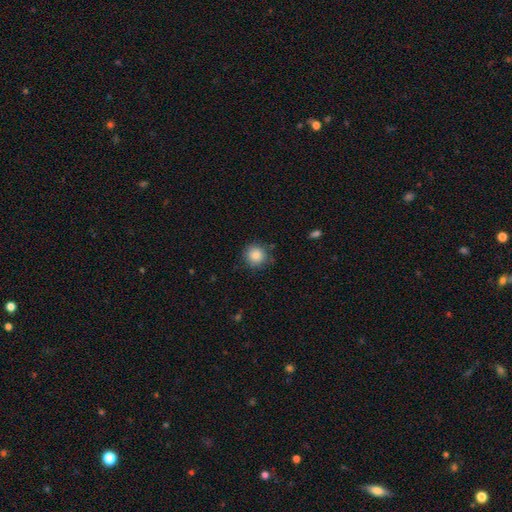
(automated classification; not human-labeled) A smooth galaxy with no disk features (85%) that is round (92%). Merging: none (83%).